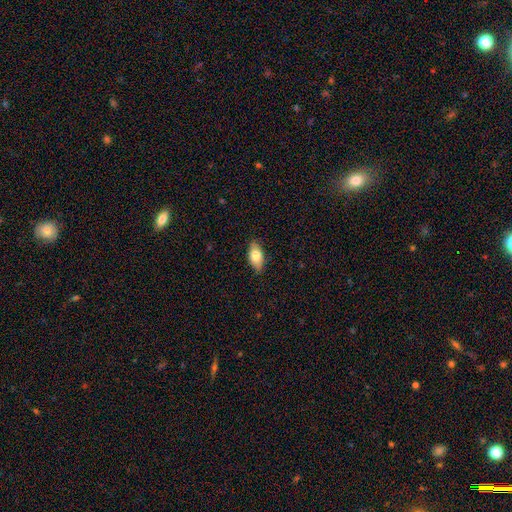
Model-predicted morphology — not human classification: type=smooth (77%); roundness=in between (89%); merging=none (84%).